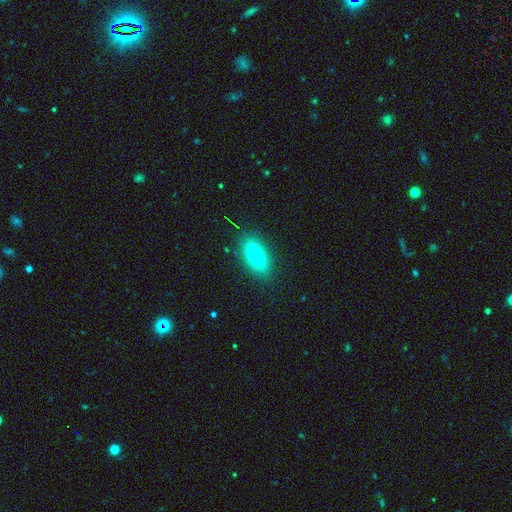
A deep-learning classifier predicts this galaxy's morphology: Overall: smooth (72%). How rounded: in between (84%). Merging: none (87%).